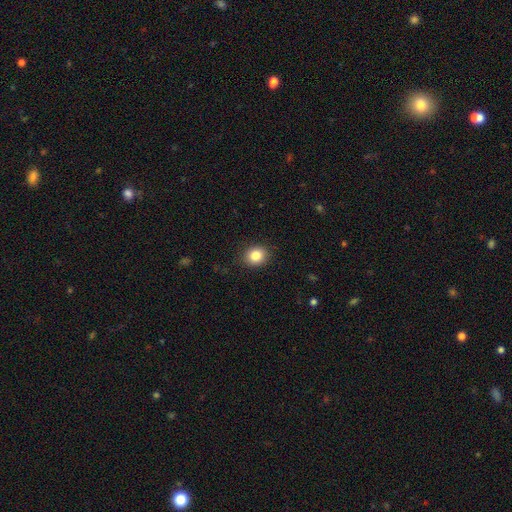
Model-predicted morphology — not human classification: smooth-or-featured: smooth: 84% | star or artifact: 9% | featured or disk: 6%
  how-rounded: round: 67% | in between: 32% | cigar-shaped: 1%
  merging: none: 89% | minor disturbance: 8% | major disturbance: 2% | merger: 1%